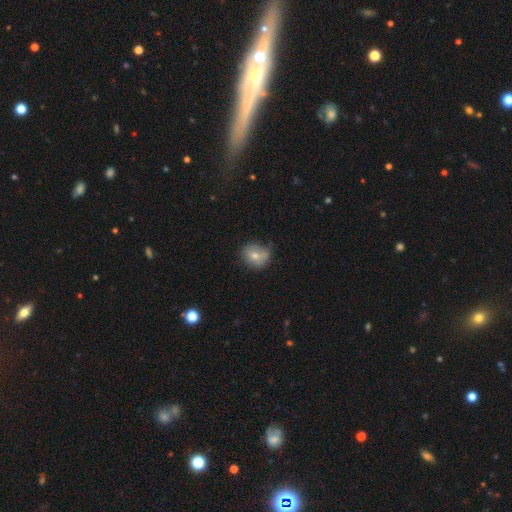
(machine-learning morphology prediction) Smooth or featured? smooth (71%)
How rounded? round (63%)
Merging? none (61%)